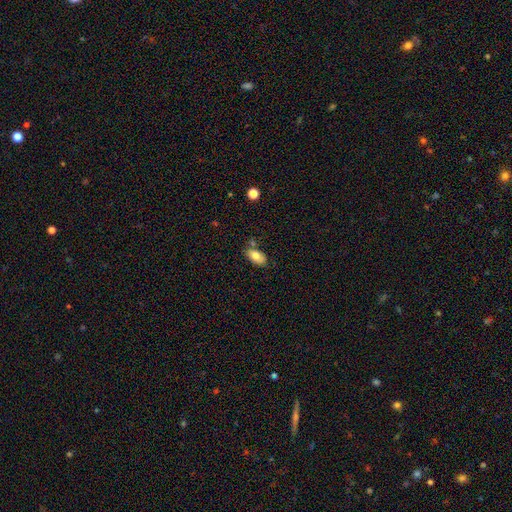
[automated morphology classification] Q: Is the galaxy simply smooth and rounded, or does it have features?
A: smooth — 77%.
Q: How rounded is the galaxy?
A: in between — 92%.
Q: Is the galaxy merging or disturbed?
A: none — 68%.